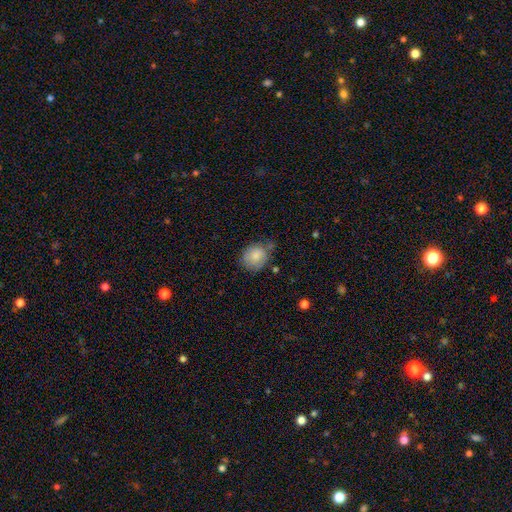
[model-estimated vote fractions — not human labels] smooth_or_featured: smooth (p=0.83) [alt: featured or disk p=0.09]
how_rounded: round (p=0.69) [alt: in between p=0.30]
merging: none (p=0.60) [alt: minor disturbance p=0.27]